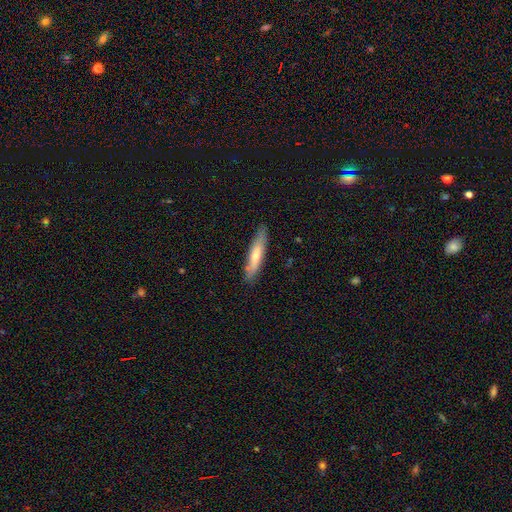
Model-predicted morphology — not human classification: Smooth or featured: smooth — 66% (featured or disk — 29%)
How rounded: cigar-shaped — 85% (in between — 14%)
Merging: none — 83% (minor disturbance — 13%)